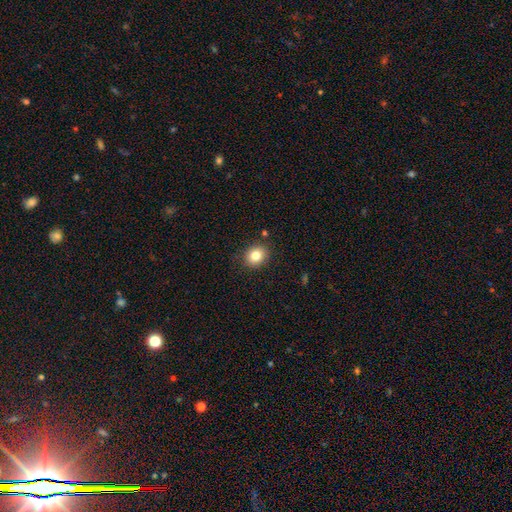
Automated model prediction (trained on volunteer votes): A smooth galaxy with no disk features (82%) that is round (63%).

Vote fractions:
- Smooth or featured? smooth: 82% / star or artifact: 10% / featured or disk: 8%
- How rounded? round: 63% / in between: 36% / cigar-shaped: 1%
- Merging? none: 87% / minor disturbance: 9% / major disturbance: 2% / merger: 2%